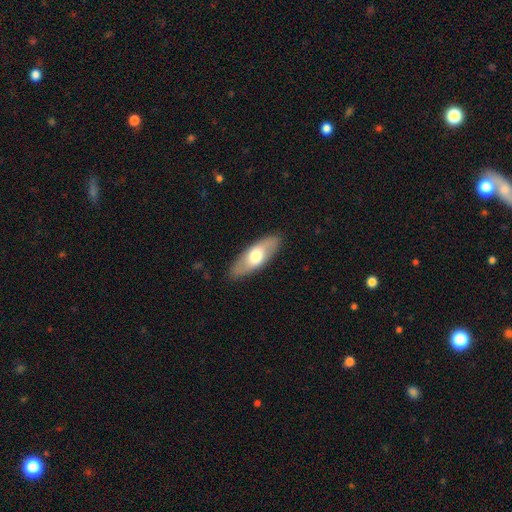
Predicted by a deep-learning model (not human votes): This appears to be a smooth galaxy with no disk features (61%) that is in between round and cigar-shaped (75%). Merging: none (87%).